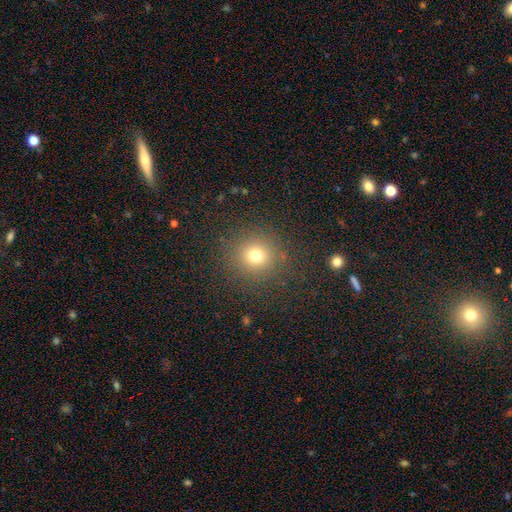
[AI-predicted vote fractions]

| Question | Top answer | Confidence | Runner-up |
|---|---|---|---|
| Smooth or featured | smooth | 72% | star or artifact (19%) |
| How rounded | round | 91% | in between (8%) |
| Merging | none | 86% | minor disturbance (8%) |